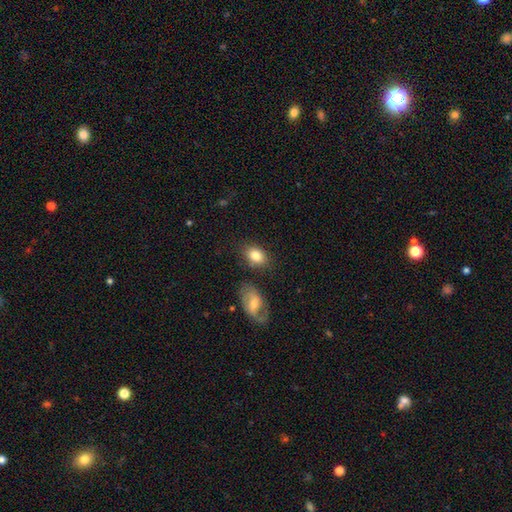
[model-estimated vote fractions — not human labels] A smooth galaxy with no disk features (81%) that is in between round and cigar-shaped (77%).

Vote fractions:
- Smooth or featured? smooth: 81% / featured or disk: 11% / star or artifact: 8%
- How rounded? in between: 77% / round: 22% / cigar-shaped: 1%
- Merging? none: 72% / minor disturbance: 16% / merger: 8% / major disturbance: 5%